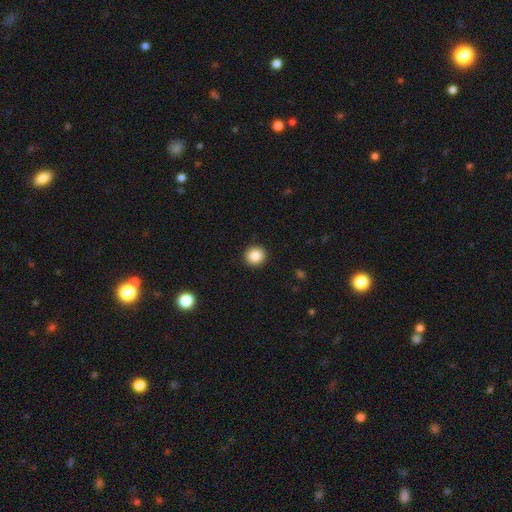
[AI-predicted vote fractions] Q: Smooth or featured?
A: smooth (86%); runner-up: star or artifact (9%)
Q: How rounded?
A: round (92%); runner-up: in between (7%)
Q: Merging?
A: none (92%); runner-up: minor disturbance (5%)